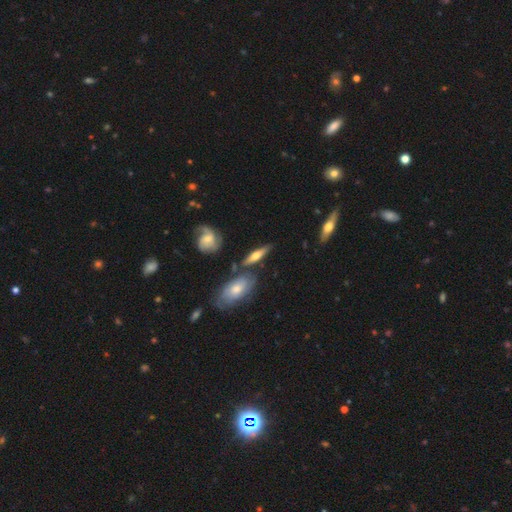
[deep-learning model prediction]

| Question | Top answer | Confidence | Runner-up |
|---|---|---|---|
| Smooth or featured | featured or disk | 51% | smooth (42%) |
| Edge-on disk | yes | 81% | no (19%) |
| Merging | none | 71% | minor disturbance (15%) |